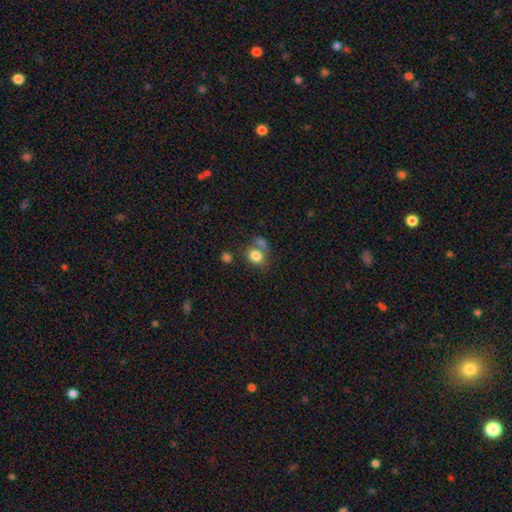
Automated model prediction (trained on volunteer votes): Smooth or featured? smooth (81%)
How rounded? round (51%)
Merging? none (49%)